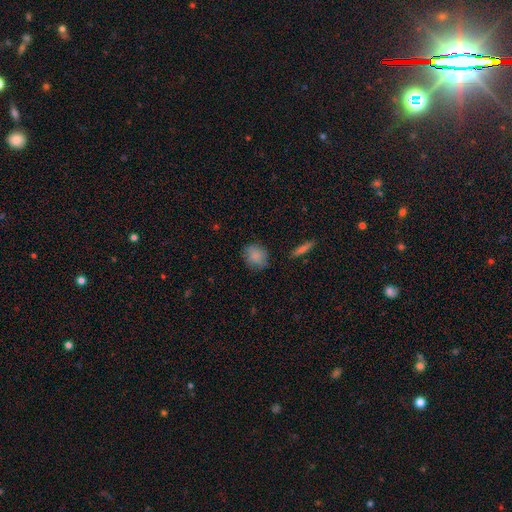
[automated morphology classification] Overall: smooth (85%). How rounded: round (66%; in between 32%). Merging: none (79%).